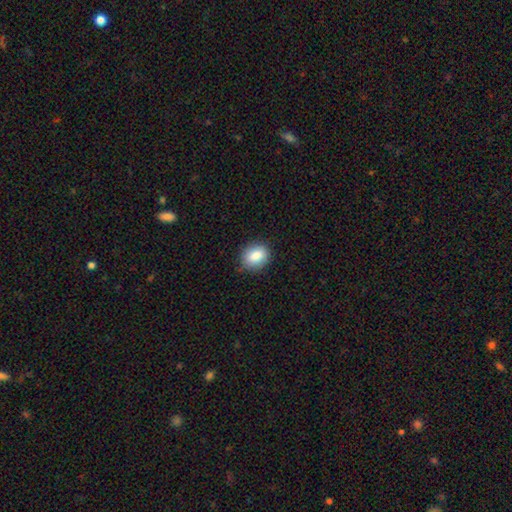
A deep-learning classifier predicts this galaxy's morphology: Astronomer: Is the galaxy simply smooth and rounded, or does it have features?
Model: smooth — 86%.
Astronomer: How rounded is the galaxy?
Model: in between — 52% (runner-up: round, 47%).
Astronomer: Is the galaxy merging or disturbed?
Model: none — 83%.